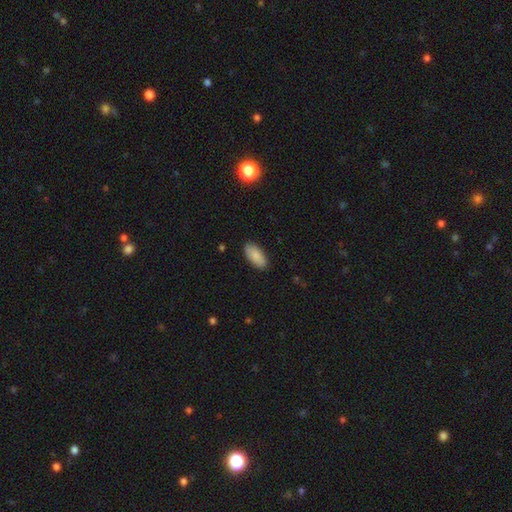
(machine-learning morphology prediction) A smooth galaxy with no disk features (87%) that is in between round and cigar-shaped (92%).

Vote fractions:
- Smooth or featured? smooth: 87% / featured or disk: 7% / star or artifact: 6%
- How rounded? in between: 92% / cigar-shaped: 7% / round: 2%
- Merging? none: 88% / minor disturbance: 9% / major disturbance: 2% / merger: 1%